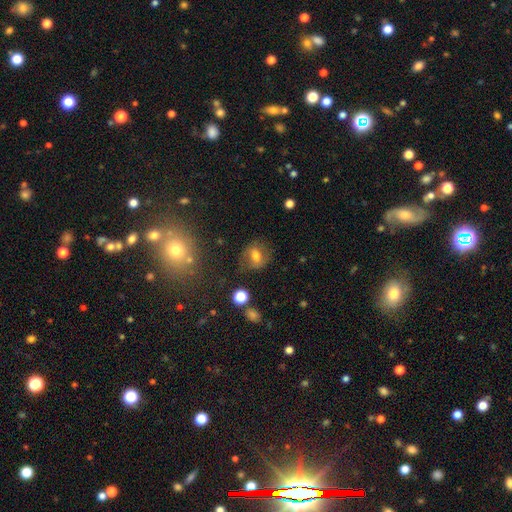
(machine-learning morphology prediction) type=smooth (54%); roundness=in between (54%); merging=none (67%).